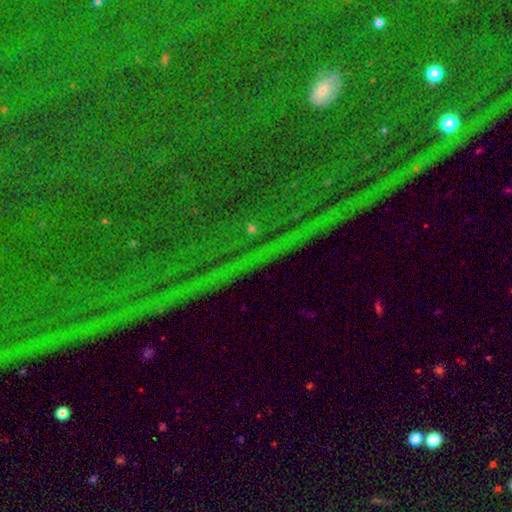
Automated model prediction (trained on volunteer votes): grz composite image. It shows a star or artifact, not a galaxy (82%).